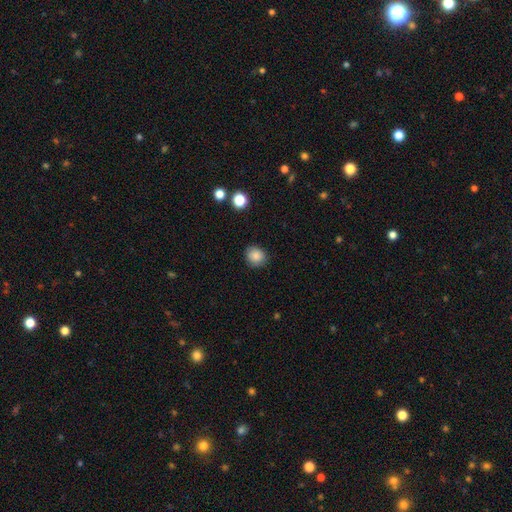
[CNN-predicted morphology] This is clearly a smooth galaxy (84%). How rounded: likely round (77%). Merging: clearly none (85%).